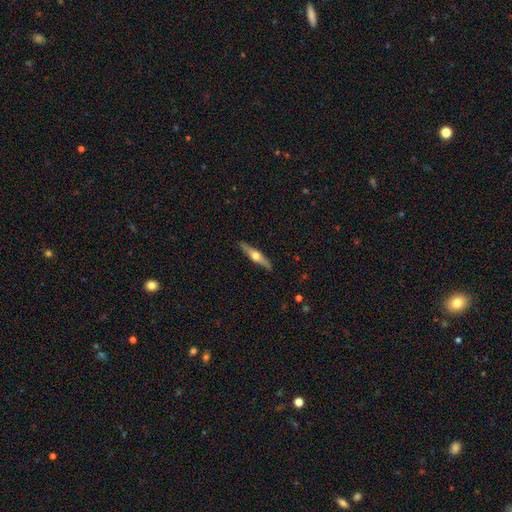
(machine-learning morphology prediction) This appears to be a featured or disk galaxy (64%) viewed edge-on (96%) with a rounded central bulge (94%). Merging: none (90%).